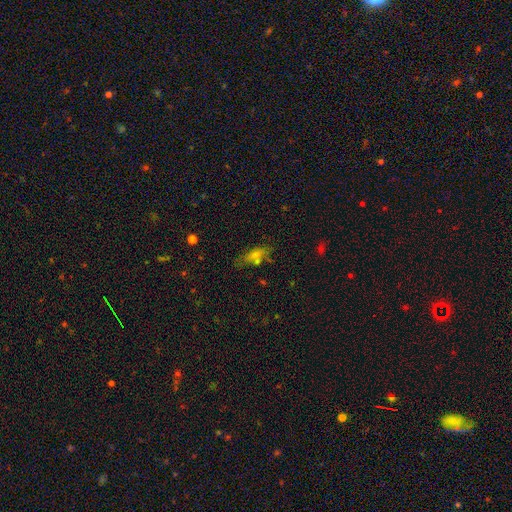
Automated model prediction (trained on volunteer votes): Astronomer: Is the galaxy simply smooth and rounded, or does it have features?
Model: smooth — 63%.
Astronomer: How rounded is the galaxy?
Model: in between — 68%.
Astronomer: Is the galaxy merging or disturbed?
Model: none — 63%.